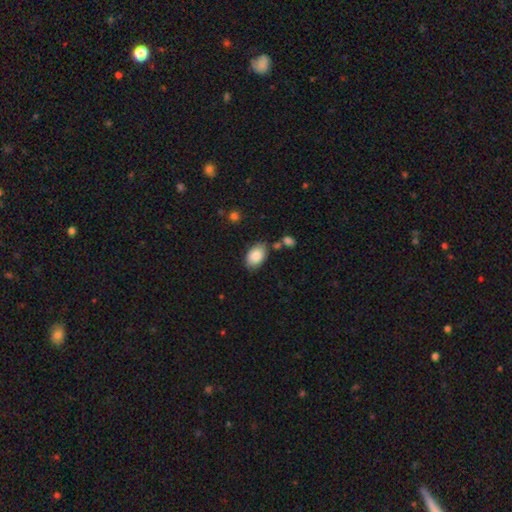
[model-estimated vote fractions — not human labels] smooth 86%, featured or disk 8%, star or artifact 7%. Down the decision tree: how rounded — in between (90%); merging — none (75%).